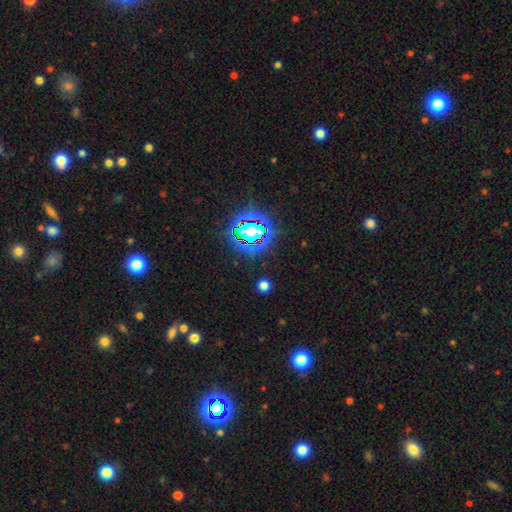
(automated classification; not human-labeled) Smooth or featured? Predicted: star or artifact (p=0.80).